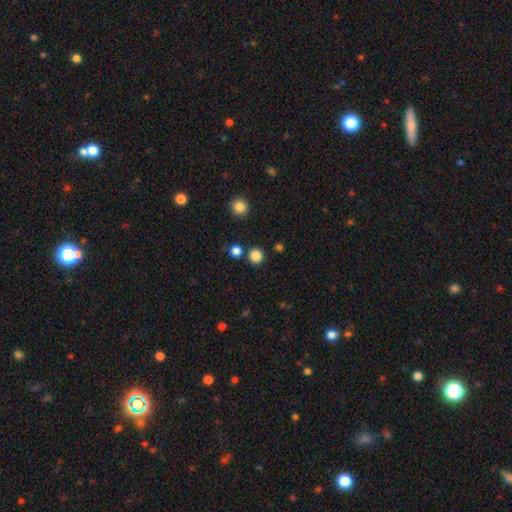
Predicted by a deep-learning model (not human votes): Smooth or featured? Predicted: smooth (p=0.84). How rounded? Predicted: round (p=0.93). Merging? Predicted: none (p=0.85).